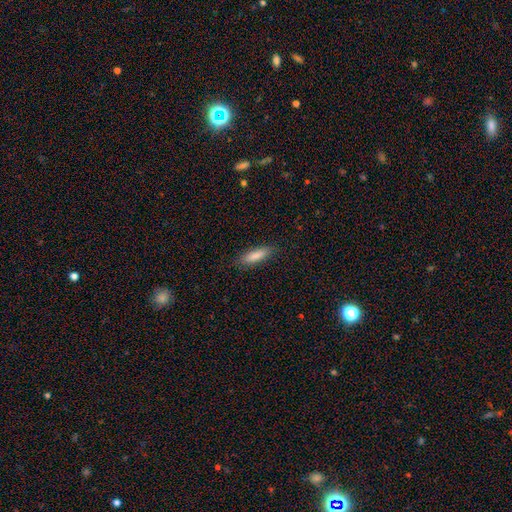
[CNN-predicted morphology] smooth 85%, featured or disk 9%, star or artifact 6%. Down the decision tree: how rounded — cigar-shaped (55%); merging — none (85%).